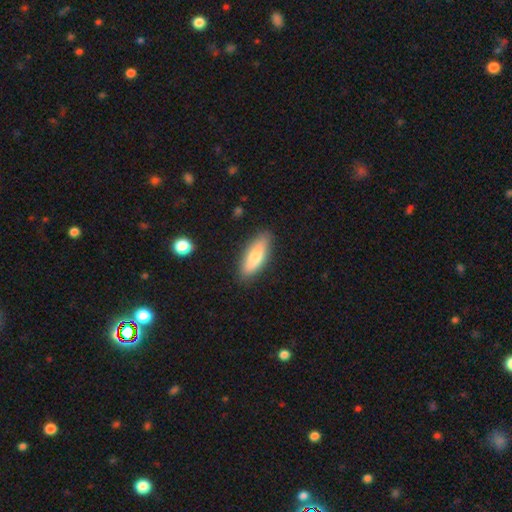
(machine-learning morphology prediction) Smooth or featured? Predicted: smooth (p=0.71). How rounded? Predicted: in between (p=0.55). Merging? Predicted: none (p=0.87).